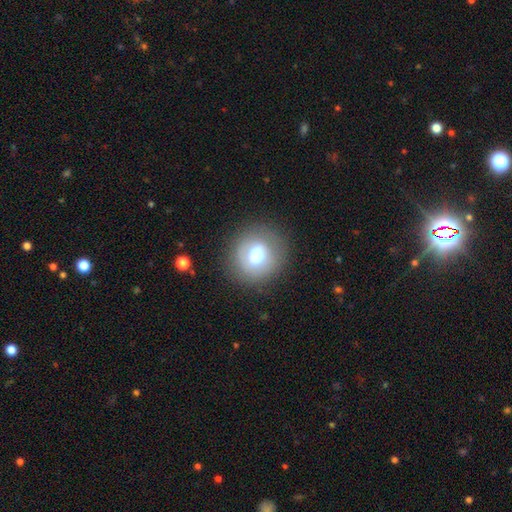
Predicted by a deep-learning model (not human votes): Morphology: type=smooth (63%); roundness=round (84%); merging=none (76%).